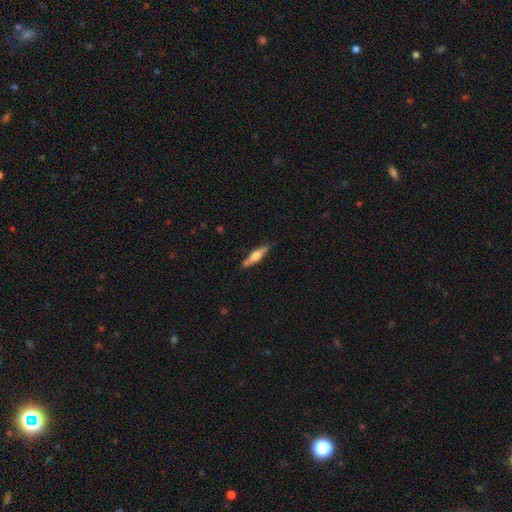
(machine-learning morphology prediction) This is possibly a featured or disk galaxy (52%). It is clearly viewed edge-on (95%). Merging: clearly none (85%).